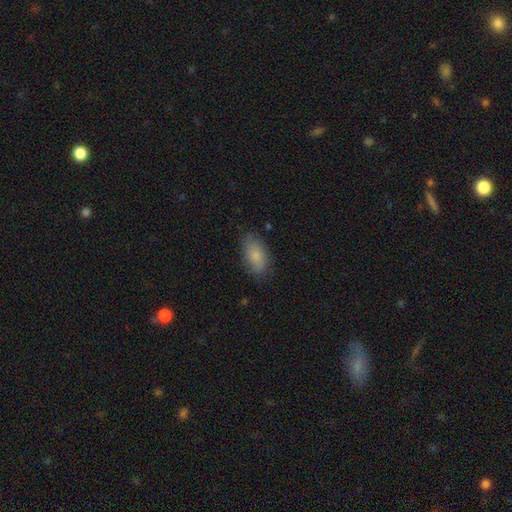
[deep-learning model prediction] Smooth or featured? Predicted: smooth (p=0.82). How rounded? Predicted: in between (p=0.90). Merging? Predicted: none (p=0.80).